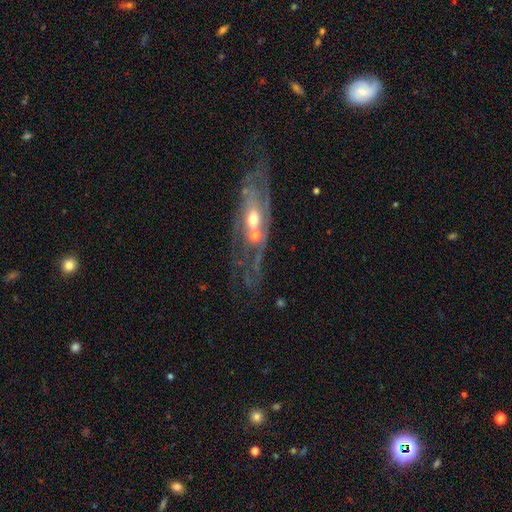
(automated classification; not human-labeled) smooth-or-featured: featured or disk: 71% | smooth: 17% | star or artifact: 12%
  disk-edge-on: no: 65% | yes: 35%
  merging: none: 62% | minor disturbance: 16% | merger: 12% | major disturbance: 10%